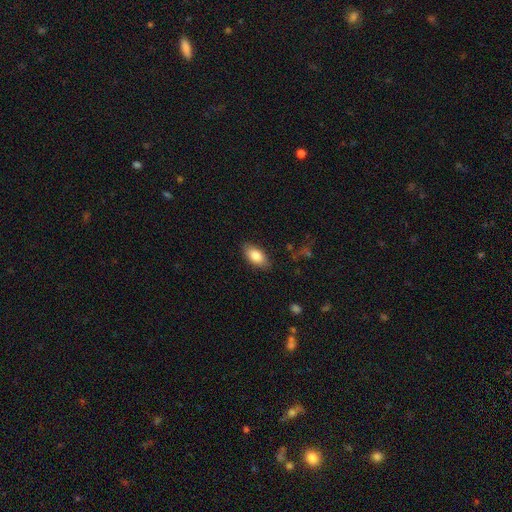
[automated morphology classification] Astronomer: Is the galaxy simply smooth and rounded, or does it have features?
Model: smooth — 85%.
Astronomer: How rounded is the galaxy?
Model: in between — 92%.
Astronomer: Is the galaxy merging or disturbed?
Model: none — 85%.